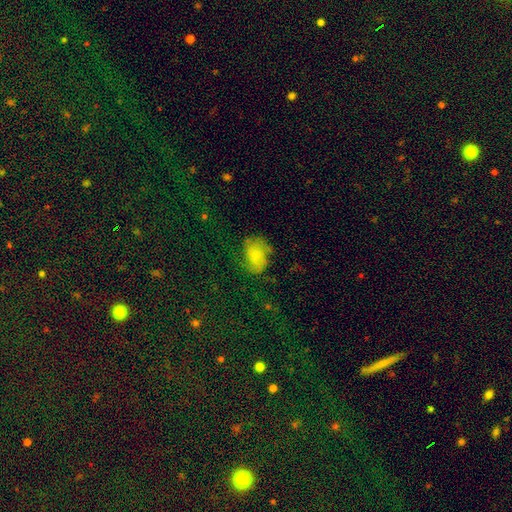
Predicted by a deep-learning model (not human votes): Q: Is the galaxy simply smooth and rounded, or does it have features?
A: smooth — 65%.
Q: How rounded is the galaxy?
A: in between — 76%.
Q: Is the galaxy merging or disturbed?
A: none — 53%.